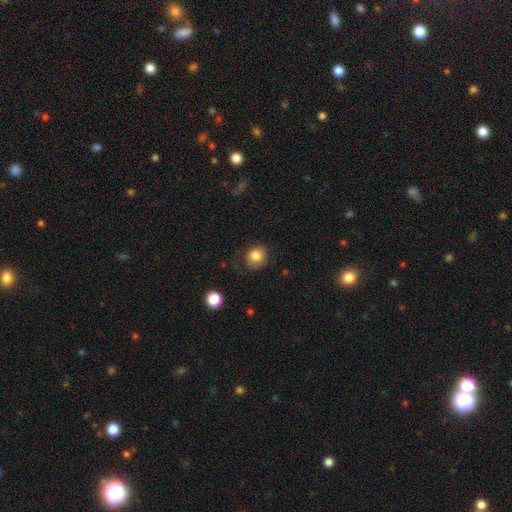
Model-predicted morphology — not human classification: Smooth or featured: smooth — 81% (featured or disk — 10%)
How rounded: round — 70% (in between — 29%)
Merging: none — 66% (minor disturbance — 21%)